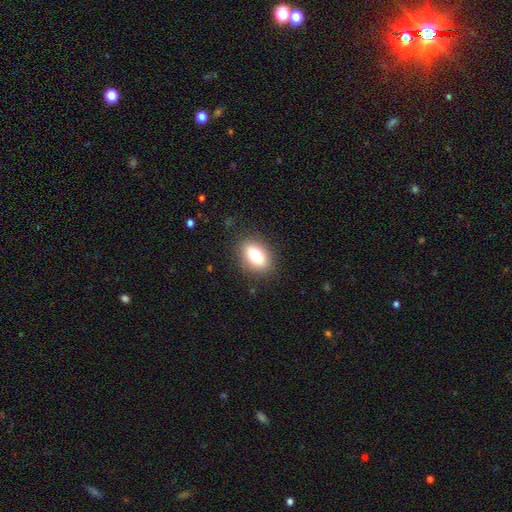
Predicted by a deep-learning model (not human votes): smooth_or_featured: smooth (p=0.77) [alt: featured or disk p=0.13]
how_rounded: in between (p=0.82) [alt: round p=0.15]
merging: none (p=0.86) [alt: minor disturbance p=0.10]